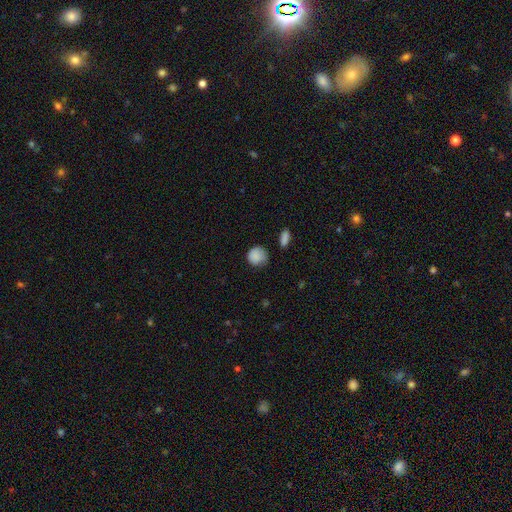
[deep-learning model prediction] This is clearly a smooth galaxy (87%). How rounded: clearly round (85%). Merging: likely none (65%).